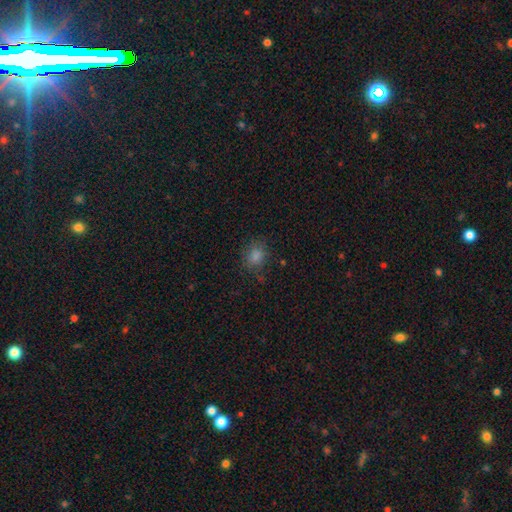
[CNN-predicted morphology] A smooth galaxy with no disk features (78%) that is round (51%). Merging: none (77%).